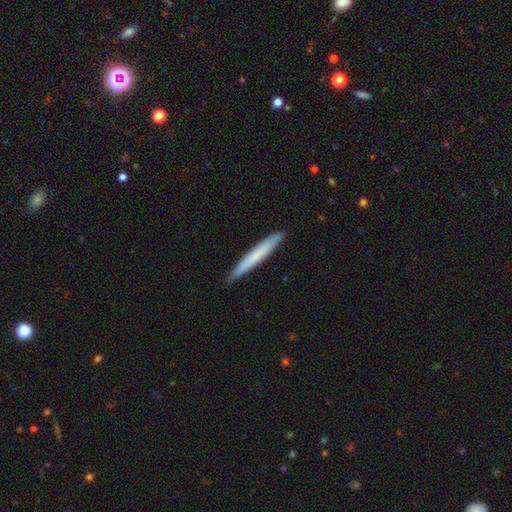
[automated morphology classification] This is likely a smooth galaxy (66%). How rounded: clearly cigar-shaped (96%). Merging: clearly none (88%).